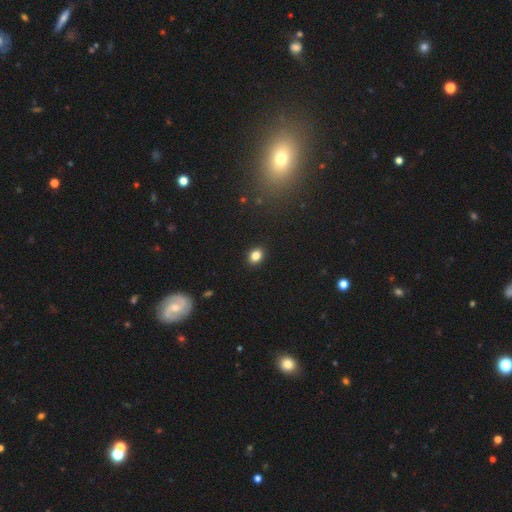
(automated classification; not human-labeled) This appears to be a smooth galaxy with no disk features (84%) that is in between round and cigar-shaped (55%). Merging: none (91%).